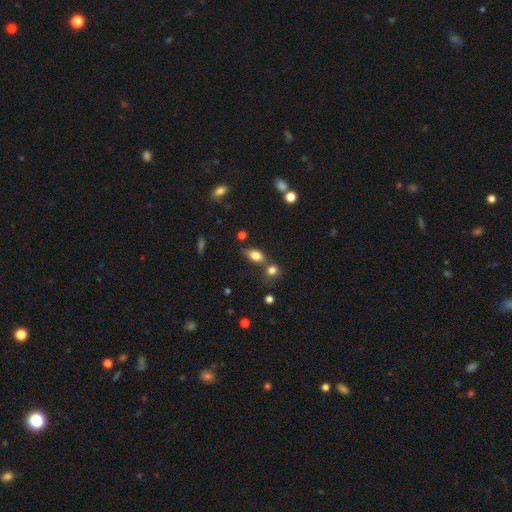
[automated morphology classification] Smooth or featured?
  - smooth: 78% *
  - featured or disk: 12%
  - star or artifact: 10%
How rounded?
  - in between: 82% *
  - round: 12%
  - cigar-shaped: 6%
Merging?
  - none: 56% *
  - merger: 22%
  - minor disturbance: 16%
  - major disturbance: 6%